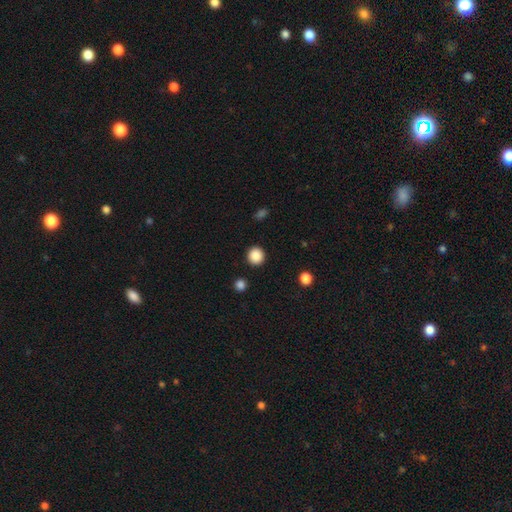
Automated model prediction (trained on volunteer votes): A smooth galaxy with no disk features (88%) that is round (92%).

Vote fractions:
- Smooth or featured? smooth: 88% / star or artifact: 9% / featured or disk: 3%
- How rounded? round: 92% / in between: 7% / cigar-shaped: 1%
- Merging? none: 92% / minor disturbance: 5% / major disturbance: 2% / merger: 1%